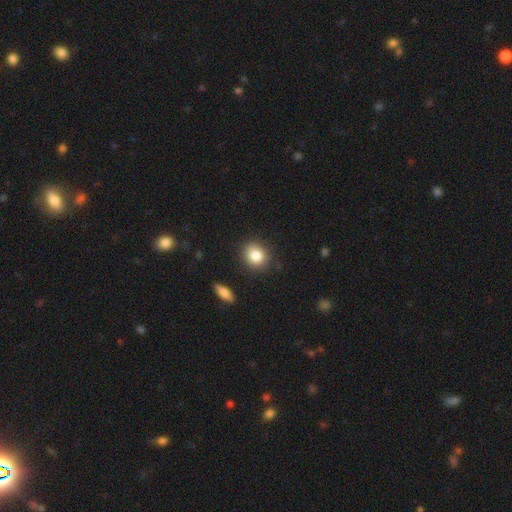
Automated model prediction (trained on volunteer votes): This appears to be a smooth galaxy with no disk features (84%) that is round (68%). Merging: none (86%).